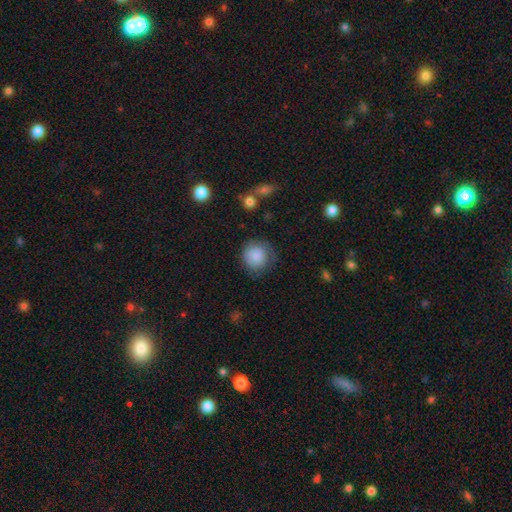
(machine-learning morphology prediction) type=smooth (85%); roundness=round (89%); merging=none (66%).